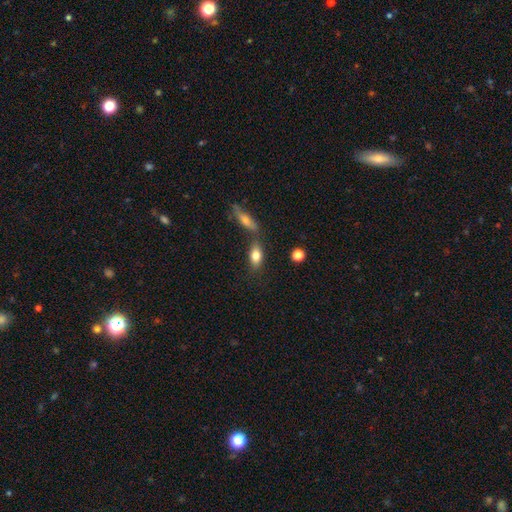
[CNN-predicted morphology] This appears to be a smooth galaxy with no disk features (76%) that is in between round and cigar-shaped (80%). Merging: none (62%).